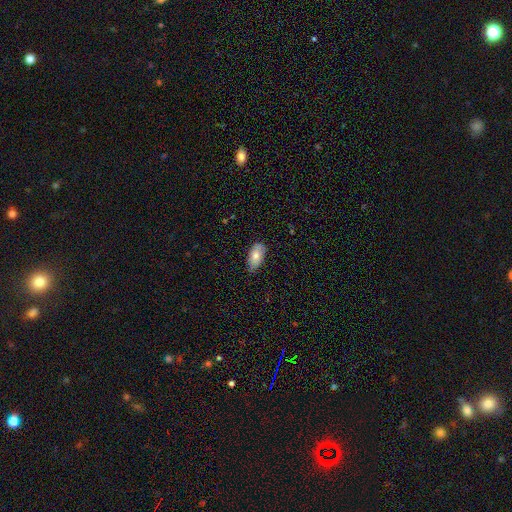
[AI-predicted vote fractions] smooth_or_featured: smooth (p=0.73) [alt: featured or disk p=0.20]
how_rounded: in between (p=0.92) [alt: cigar-shaped p=0.05]
merging: none (p=0.73) [alt: minor disturbance p=0.23]